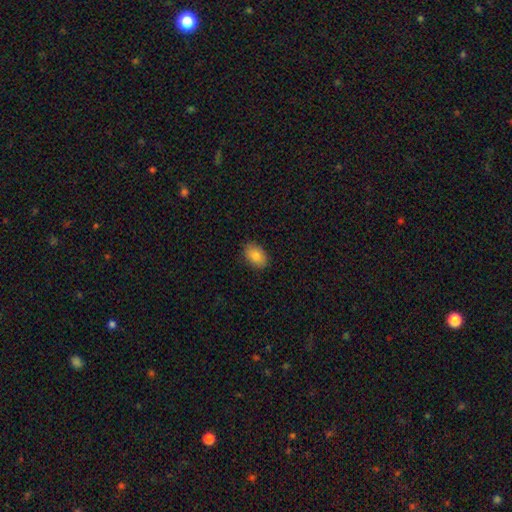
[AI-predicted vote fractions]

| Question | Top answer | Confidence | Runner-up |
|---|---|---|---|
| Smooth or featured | smooth | 84% | featured or disk (8%) |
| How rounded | in between | 87% | round (12%) |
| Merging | none | 87% | minor disturbance (10%) |